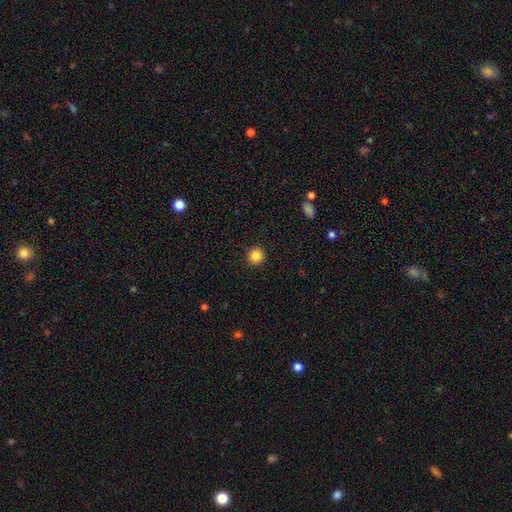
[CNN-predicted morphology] A smooth galaxy with no disk features (85%) that is round (95%). Merging: none (92%).